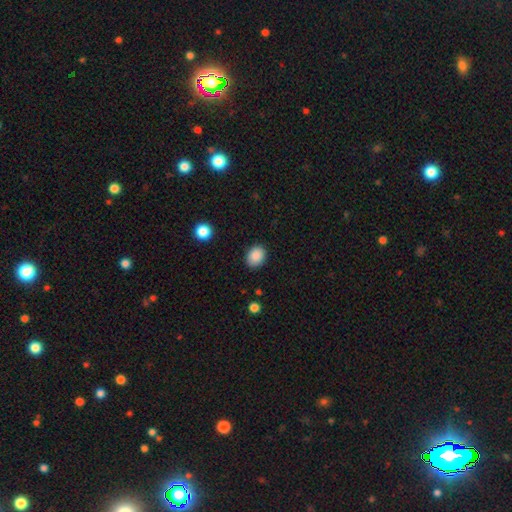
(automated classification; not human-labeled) Morphology: type=smooth (89%); roundness=in between (56%); merging=none (87%).